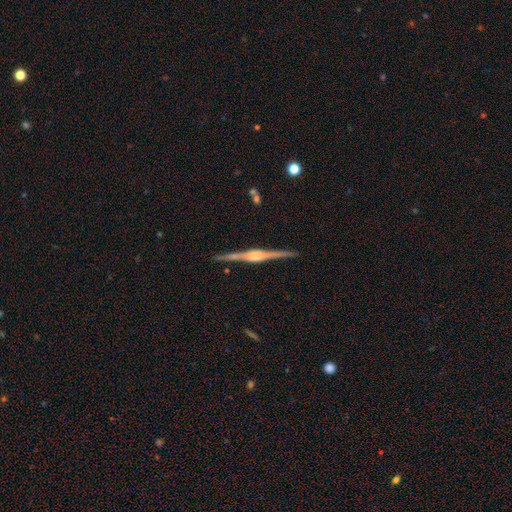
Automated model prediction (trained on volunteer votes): Overall: featured or disk (88%). Edge-on disk: yes (99%). Edge-on bulge: rounded (72%). Merging: none (90%).